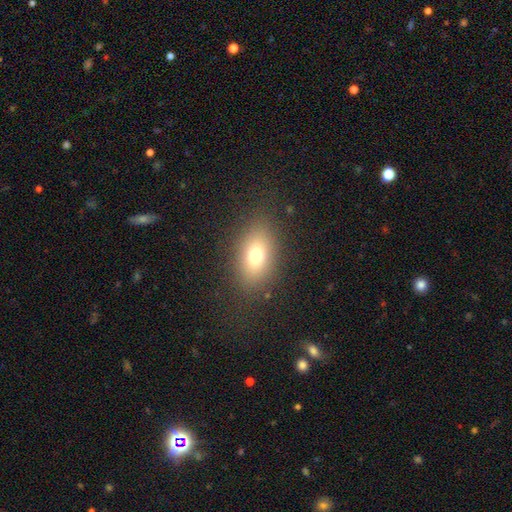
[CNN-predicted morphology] smooth_or_featured: smooth (p=0.73) [alt: featured or disk p=0.14]
how_rounded: in between (p=0.79) [alt: round p=0.19]
merging: none (p=0.83) [alt: minor disturbance p=0.10]